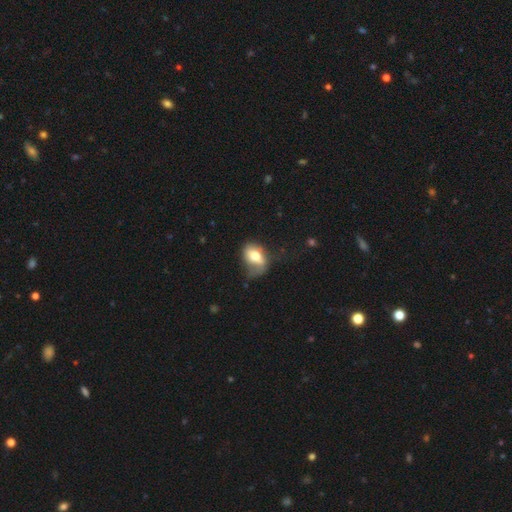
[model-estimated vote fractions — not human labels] This is likely a smooth galaxy (68%). How rounded: likely in between (78%). Merging: marginally minor disturbance (35%).